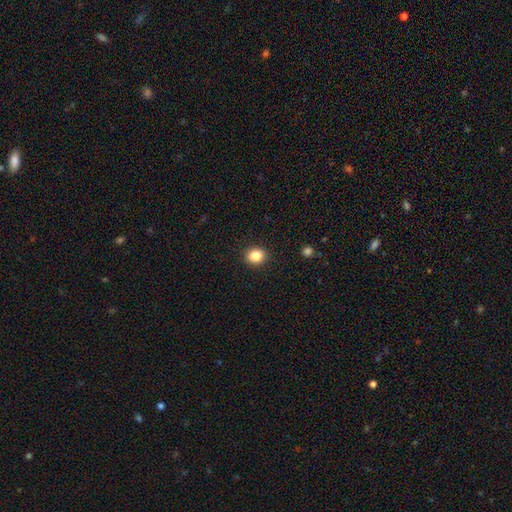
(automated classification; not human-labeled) smooth_or_featured: smooth (p=0.86) [alt: star or artifact p=0.10]
how_rounded: round (p=0.71) [alt: in between p=0.28]
merging: none (p=0.91) [alt: minor disturbance p=0.06]